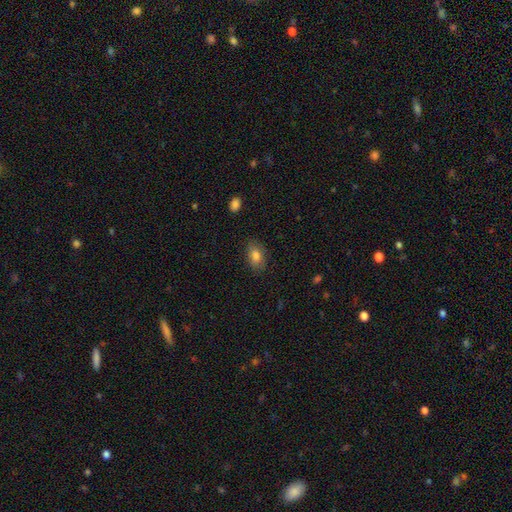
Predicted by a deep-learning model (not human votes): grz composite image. It shows a smooth galaxy with no disk features (82%) that is in between round and cigar-shaped (87%). Merging: none (81%).